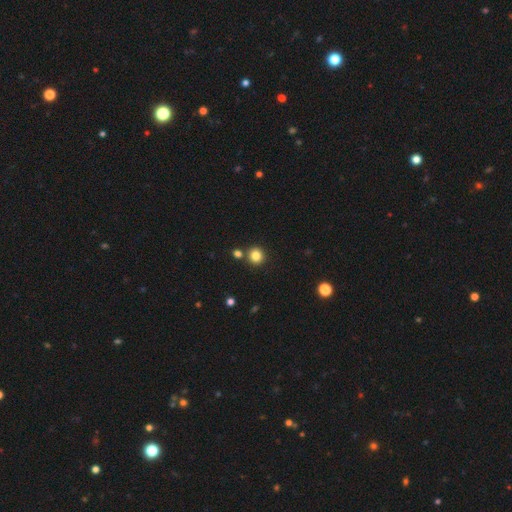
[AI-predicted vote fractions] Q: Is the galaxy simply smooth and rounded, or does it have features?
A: smooth — 83%.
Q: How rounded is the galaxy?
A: round — 90%.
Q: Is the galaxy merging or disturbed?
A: none — 80%.